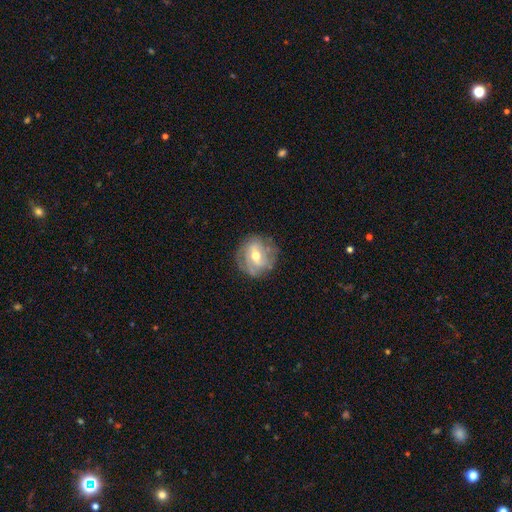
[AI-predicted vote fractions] This appears to be a featured or disk galaxy (62%) with a weak bar (45%), spiral arms (61%) and a moderate central bulge (73%). Merging: none (72%).